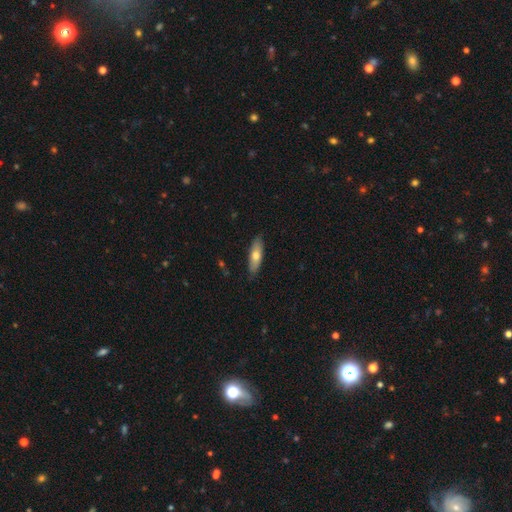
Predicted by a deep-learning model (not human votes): This is likely a smooth galaxy (67%). How rounded: possibly in between (53%). Merging: clearly none (84%).